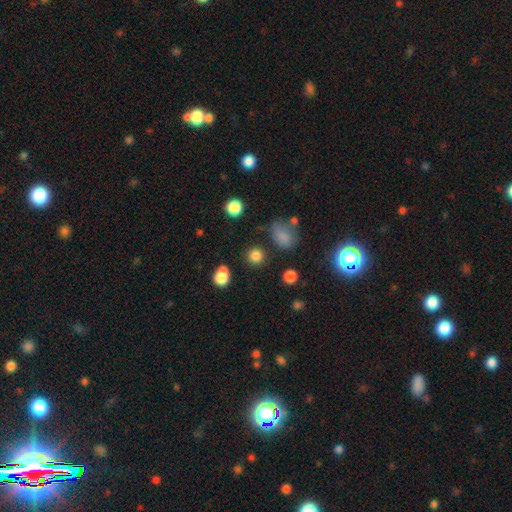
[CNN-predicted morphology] smooth-or-featured: smooth: 81% | star or artifact: 14% | featured or disk: 6%
  how-rounded: round: 87% | in between: 11% | cigar-shaped: 1%
  merging: none: 79% | minor disturbance: 10% | merger: 8% | major disturbance: 4%